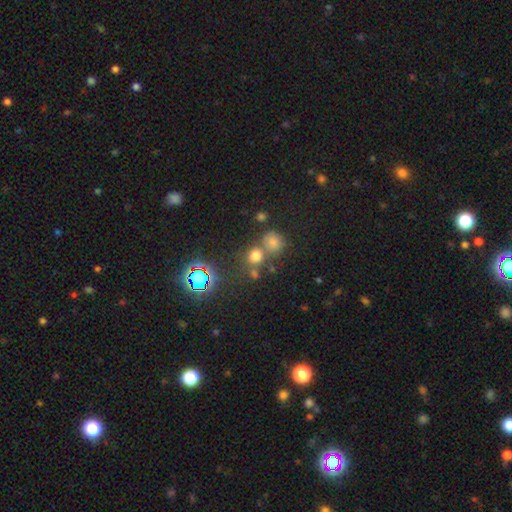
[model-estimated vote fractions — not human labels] Smooth or featured?
  - smooth: 67% *
  - star or artifact: 25%
  - featured or disk: 8%
How rounded?
  - round: 84% *
  - in between: 15%
  - cigar-shaped: 1%
Merging?
  - none: 55% *
  - merger: 32%
  - minor disturbance: 9%
  - major disturbance: 5%